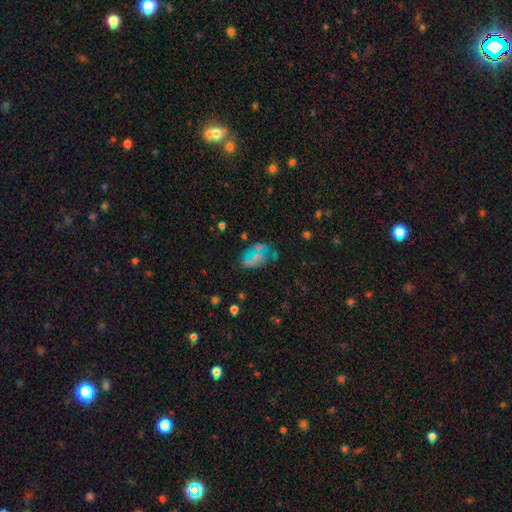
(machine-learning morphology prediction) A featured or disk galaxy (39%).

Vote fractions:
- Smooth or featured? featured or disk: 39% / smooth: 35% / star or artifact: 26%
- Merging? none: 45% / minor disturbance: 22% / major disturbance: 22% / merger: 11%